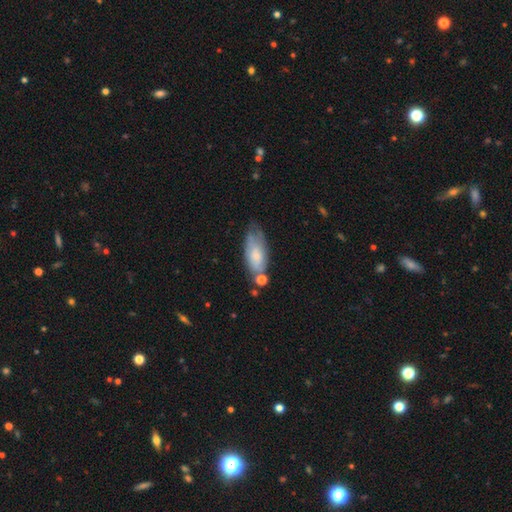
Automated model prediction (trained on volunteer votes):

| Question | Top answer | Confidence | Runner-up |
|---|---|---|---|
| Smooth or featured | smooth | 62% | featured or disk (30%) |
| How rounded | in between | 83% | cigar-shaped (15%) |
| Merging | none | 46% | minor disturbance (31%) |